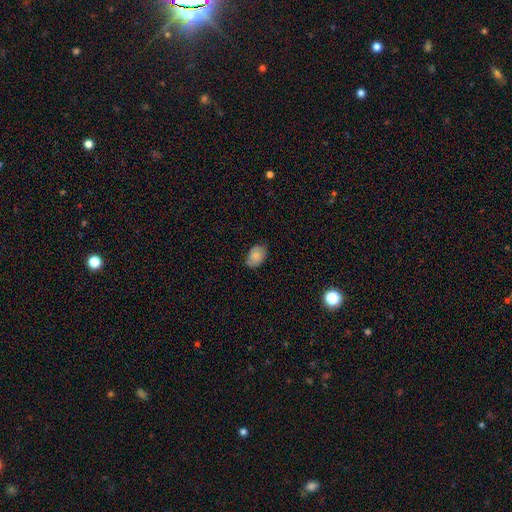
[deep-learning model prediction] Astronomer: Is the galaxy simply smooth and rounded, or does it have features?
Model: smooth — 76%.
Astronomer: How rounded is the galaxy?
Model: in between — 85%.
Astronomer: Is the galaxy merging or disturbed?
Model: none — 73%.